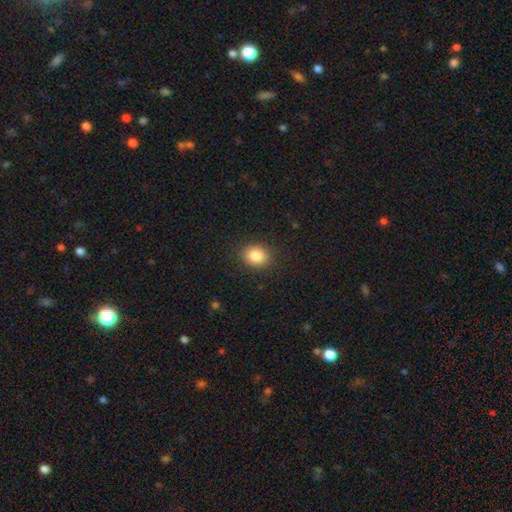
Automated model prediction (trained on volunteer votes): Overall: smooth (84%). How rounded: round (68%; in between 31%). Merging: none (88%).